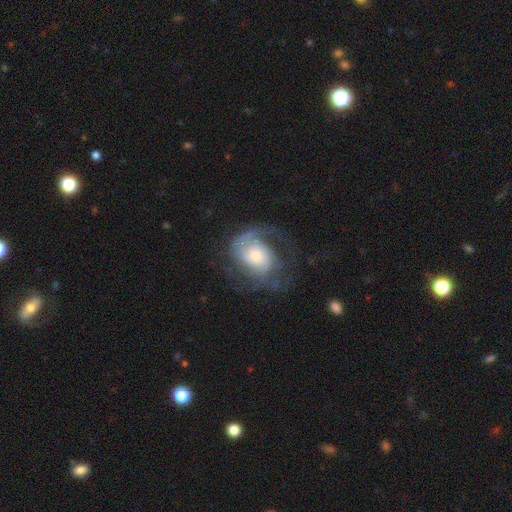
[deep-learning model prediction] smooth_or_featured: featured or disk (p=0.77) [alt: smooth p=0.17]
disk_edge_on: no (p=0.97) [alt: yes p=0.03]
bar: no (p=0.70) [alt: weak p=0.25]
has_spiral_arms: yes (p=0.90) [alt: no p=0.10]
spiral_winding: medium (p=0.40) [alt: tight p=0.38]
spiral_arm_count: 2 (p=0.41) [alt: can't tell p=0.23]
bulge_size: moderate (p=0.48) [alt: small p=0.36]
merging: none (p=0.53) [alt: major disturbance p=0.26]